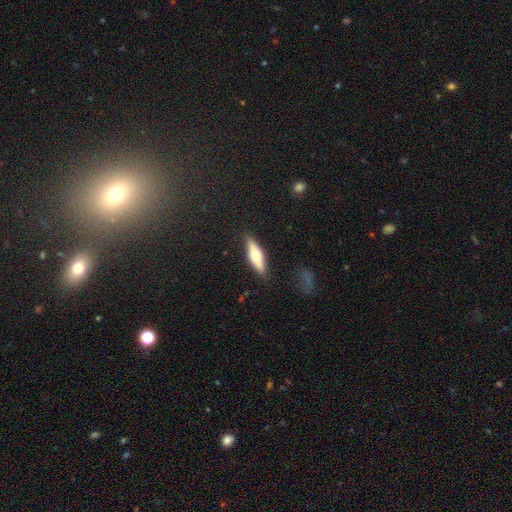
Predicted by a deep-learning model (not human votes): The model was most divided on "how rounded": cigar-shaped: 57%, in between: 40%, round: 2%. More confident: merging — none (84%); smooth or featured — smooth (58%).